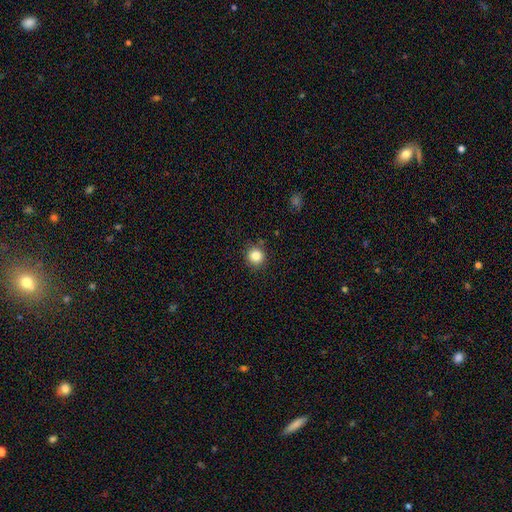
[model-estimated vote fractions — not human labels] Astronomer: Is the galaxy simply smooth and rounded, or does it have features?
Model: smooth — 85%.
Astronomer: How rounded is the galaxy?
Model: round — 92%.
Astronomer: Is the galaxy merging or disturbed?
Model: none — 88%.